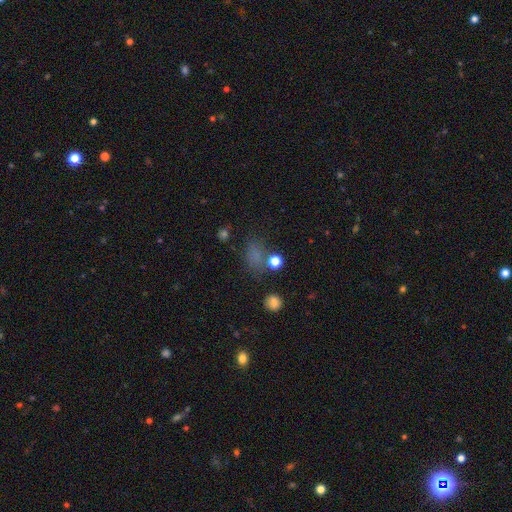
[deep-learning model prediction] smooth-or-featured: smooth: 62% | star or artifact: 29% | featured or disk: 9%
  how-rounded: in between: 59% | round: 38% | cigar-shaped: 3%
  merging: none: 61% | minor disturbance: 18% | major disturbance: 12% | merger: 9%